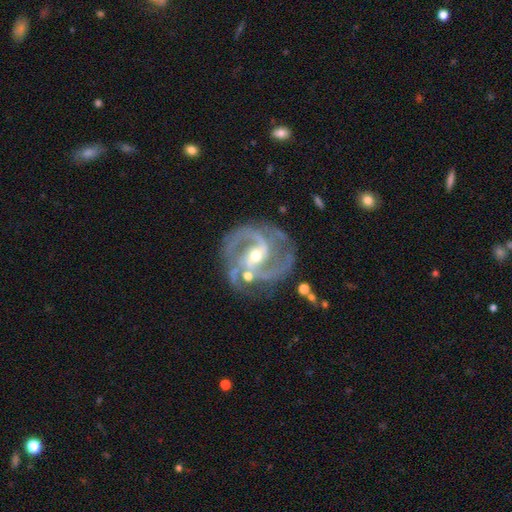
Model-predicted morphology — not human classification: The model was most divided on "bar": weak: 42%, strong: 35%, no: 23%. More confident: spiral arms — yes (98%); edge-on disk — no (98%); smooth or featured — featured or disk (92%); spiral arm count — 2 (69%); merging — none (68%); spiral winding — medium (61%); bulge size — moderate (54%).